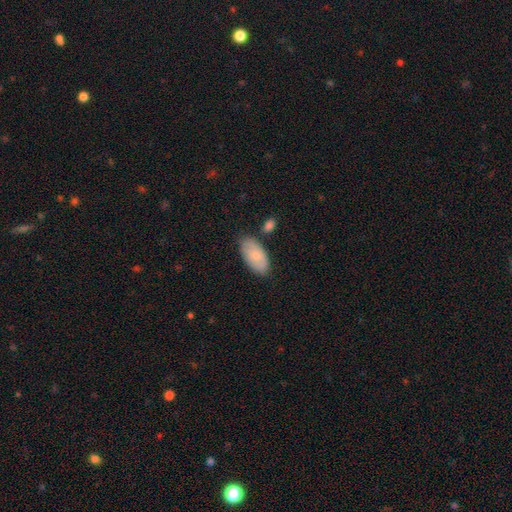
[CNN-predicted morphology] type=smooth (76%); roundness=in between (95%); merging=none (75%).